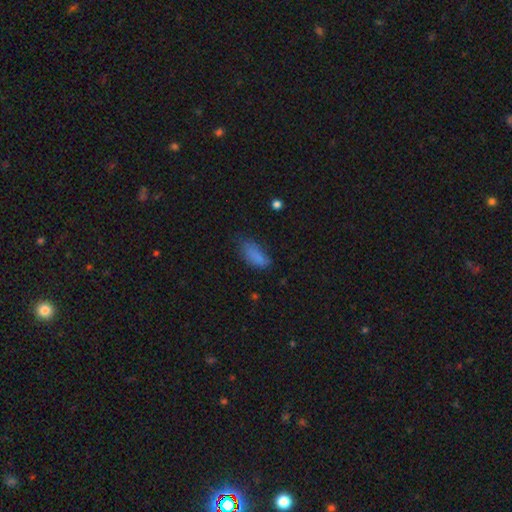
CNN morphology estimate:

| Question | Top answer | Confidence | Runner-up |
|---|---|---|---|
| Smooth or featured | smooth | 81% | star or artifact (11%) |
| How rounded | in between | 83% | cigar-shaped (14%) |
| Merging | none | 49% | minor disturbance (34%) |